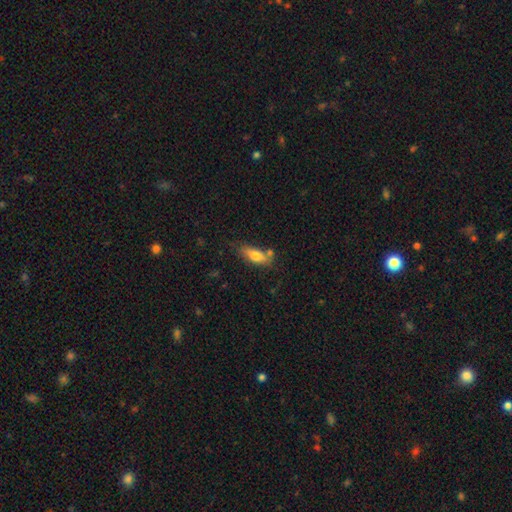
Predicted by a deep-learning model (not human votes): This appears to be a smooth galaxy with no disk features (75%) that is in between round and cigar-shaped (69%). Merging: none (61%).